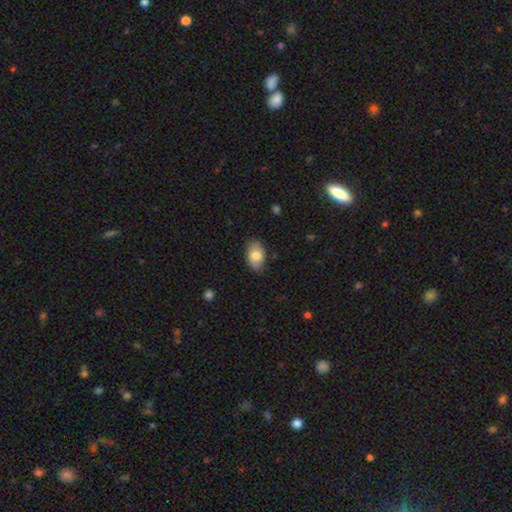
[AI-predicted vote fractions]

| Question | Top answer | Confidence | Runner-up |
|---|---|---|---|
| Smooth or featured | smooth | 80% | featured or disk (14%) |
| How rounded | in between | 90% | round (8%) |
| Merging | none | 80% | minor disturbance (16%) |